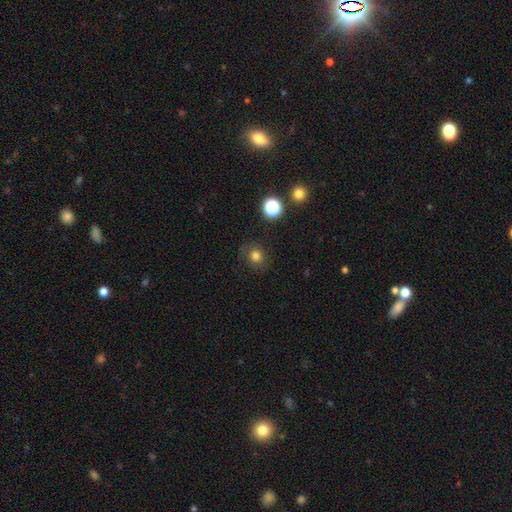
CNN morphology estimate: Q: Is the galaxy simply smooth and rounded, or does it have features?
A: smooth — 77%.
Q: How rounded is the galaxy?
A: round — 83%.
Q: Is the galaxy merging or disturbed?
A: none — 79%.